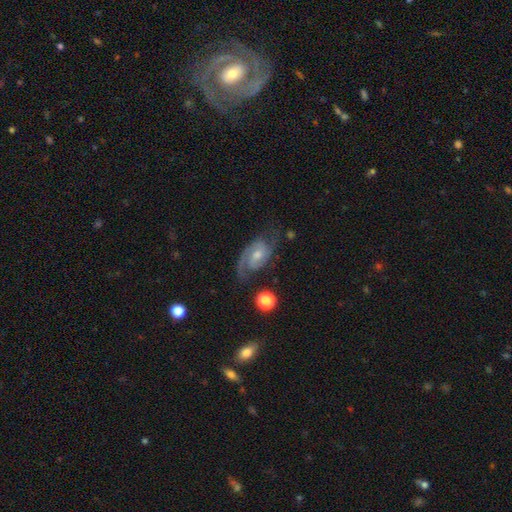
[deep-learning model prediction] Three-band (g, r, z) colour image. It shows a featured or disk galaxy (85%) with no bar (56%), 2 (78%) medium (48%) spiral arms (97%) and a small central bulge (46%, tied with moderate). Merging: none (68%).